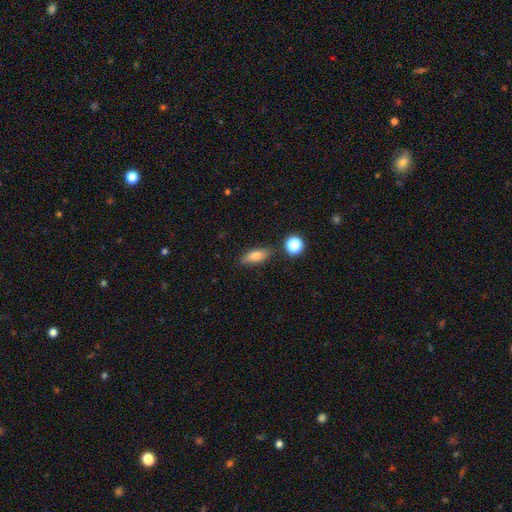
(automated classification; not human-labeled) Smooth or featured? Predicted: smooth (p=0.74). How rounded? Predicted: in between (p=0.71). Merging? Predicted: none (p=0.80).